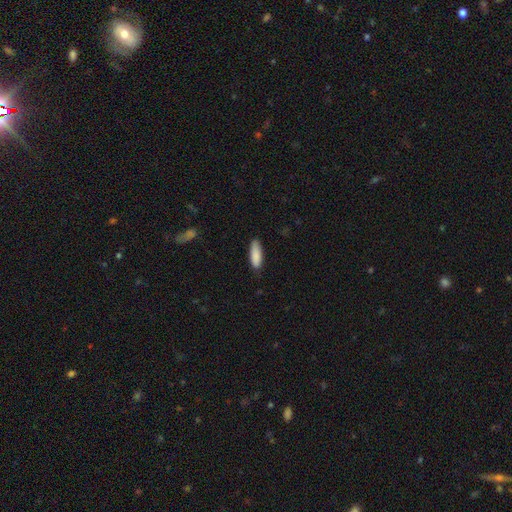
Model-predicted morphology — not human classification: smooth 88%, star or artifact 6%, featured or disk 6%. Down the decision tree: how rounded — in between (57%); merging — none (80%).